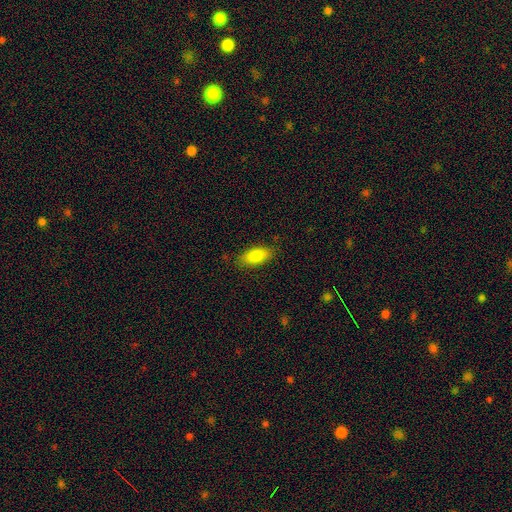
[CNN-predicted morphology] Smooth or featured? smooth (87%)
How rounded? in between (87%)
Merging? none (85%)